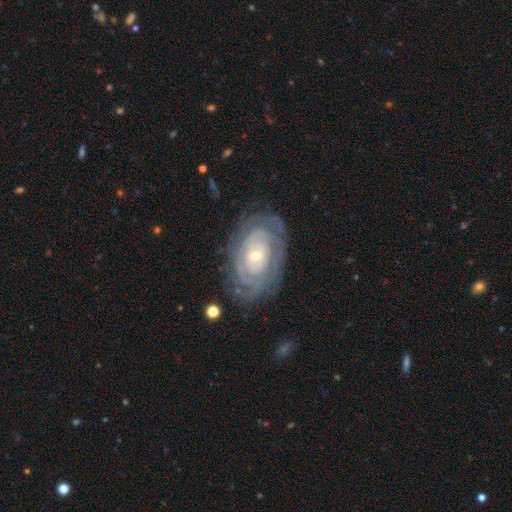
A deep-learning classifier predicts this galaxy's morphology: smooth-or-featured: featured or disk: 81% | smooth: 13% | star or artifact: 5%
  disk-edge-on: no: 95% | yes: 5%
    bar: no: 79% | weak: 16% | strong: 5%
    has-spiral-arms: yes: 83% | no: 17%
      spiral-winding: tight: 81% | medium: 14% | loose: 5%
      spiral-arm-count: can't tell: 53% | 2: 16% | 3: 11% | 4: 9% | more than 4: 6% | 1: 5%
    bulge-size: small: 58% | moderate: 38% | large: 2% | dominant: 1% | none: 1%
  merging: none: 74% | minor disturbance: 17% | major disturbance: 8% | merger: 2%